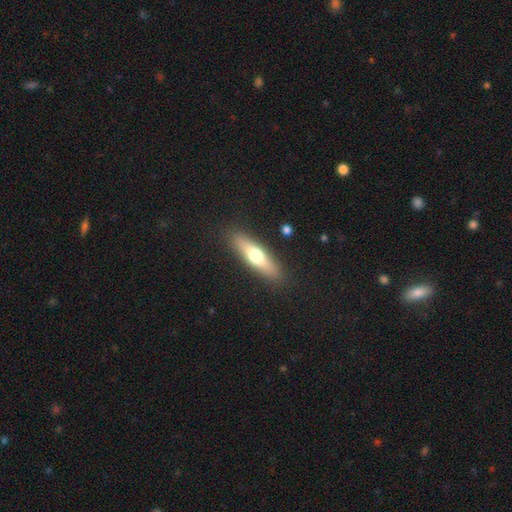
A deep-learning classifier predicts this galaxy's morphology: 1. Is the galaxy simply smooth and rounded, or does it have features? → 57% smooth, 37% featured or disk, 6% star or artifact.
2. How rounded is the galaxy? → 69% cigar-shaped, 28% in between, 2% round.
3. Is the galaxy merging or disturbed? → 88% none, 8% minor disturbance, 2% major disturbance, 1% merger.